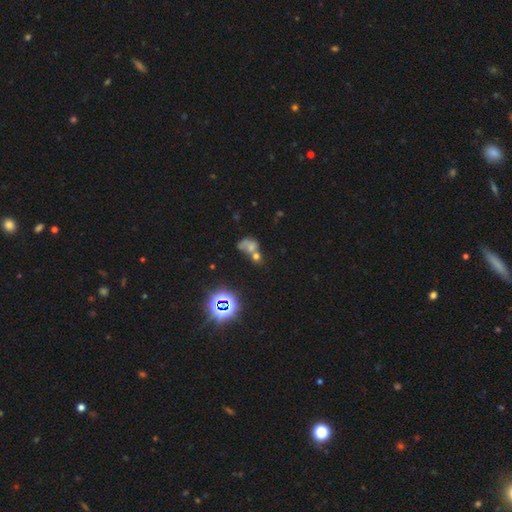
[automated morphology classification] star or artifact 62%, smooth 24%, featured or disk 14%.